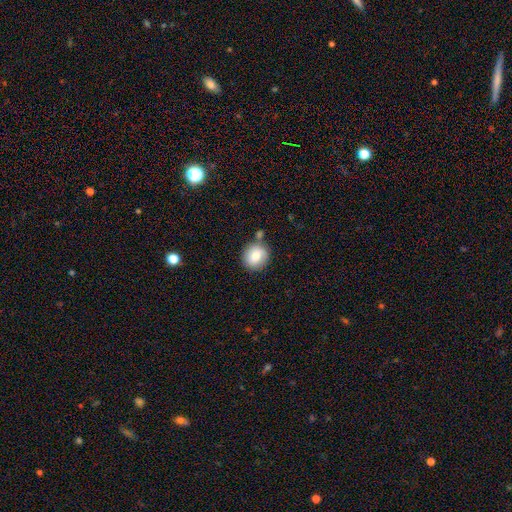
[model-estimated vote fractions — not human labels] Smooth or featured: smooth — 79% (featured or disk — 13%)
How rounded: round — 87% (in between — 12%)
Merging: none — 76% (minor disturbance — 12%)